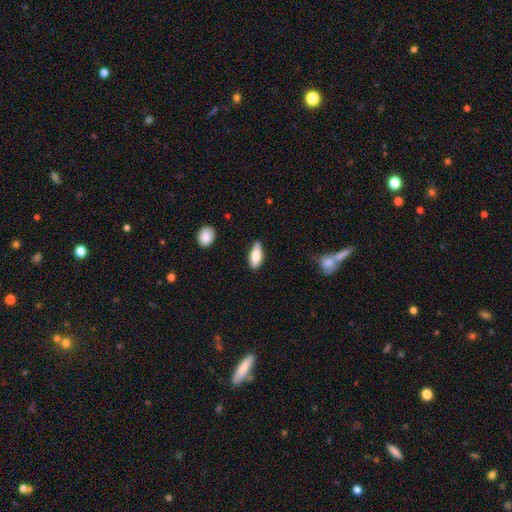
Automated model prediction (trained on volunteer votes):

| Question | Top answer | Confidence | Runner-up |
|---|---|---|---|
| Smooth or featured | smooth | 72% | featured or disk (22%) |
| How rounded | in between | 71% | cigar-shaped (27%) |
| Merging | none | 82% | minor disturbance (14%) |